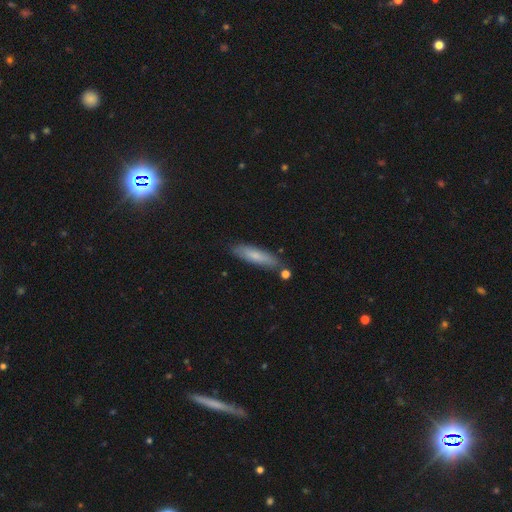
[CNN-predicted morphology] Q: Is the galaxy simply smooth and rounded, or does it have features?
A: smooth — 74%.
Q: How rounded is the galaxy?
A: cigar-shaped — 75%.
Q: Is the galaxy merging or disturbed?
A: none — 81%.